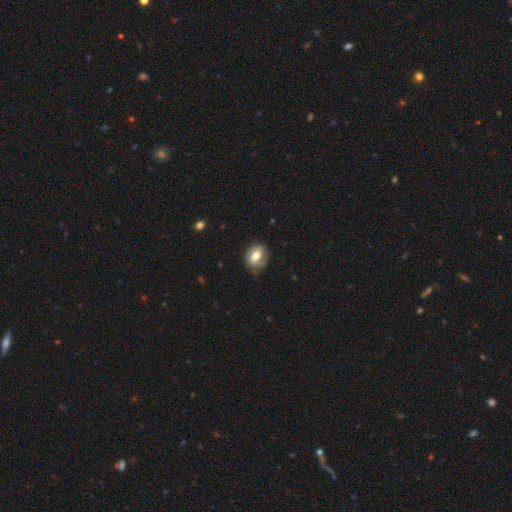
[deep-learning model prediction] Q: Smooth or featured?
A: smooth (57%); runner-up: featured or disk (35%)
Q: How rounded?
A: in between (52%); runner-up: round (47%)
Q: Merging?
A: none (70%); runner-up: minor disturbance (22%)